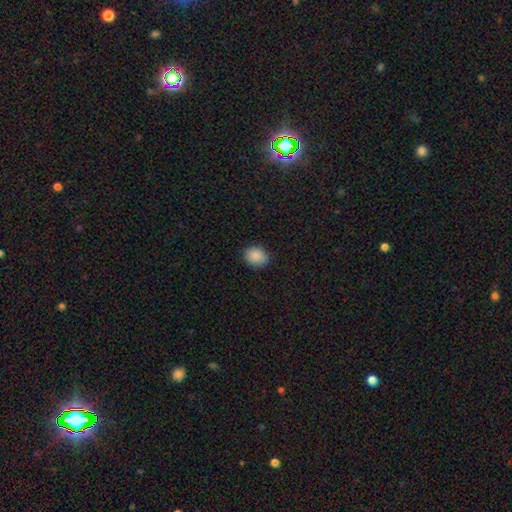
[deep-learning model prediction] Smooth or featured? smooth (88%)
How rounded? round (58%)
Merging? none (89%)